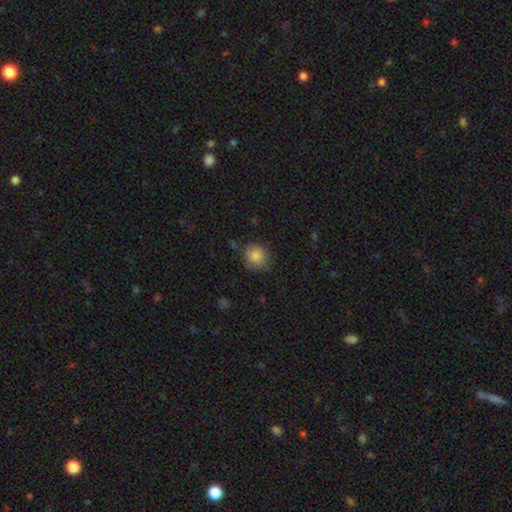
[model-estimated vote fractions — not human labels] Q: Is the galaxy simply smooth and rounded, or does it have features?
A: smooth — 85%.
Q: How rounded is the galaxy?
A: round — 87%.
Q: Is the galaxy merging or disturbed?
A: none — 79%.